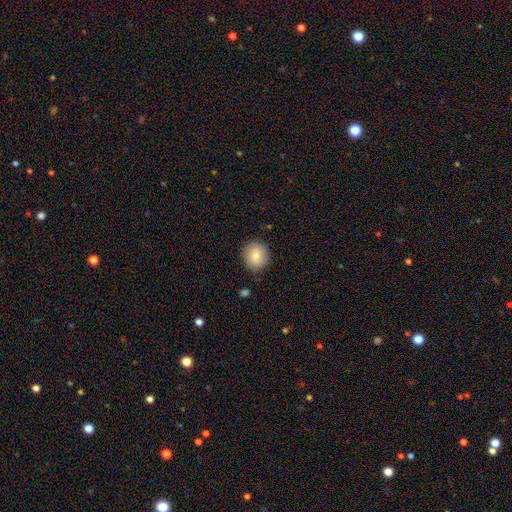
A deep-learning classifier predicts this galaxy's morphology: type=smooth (78%); roundness=round (82%); merging=none (84%).